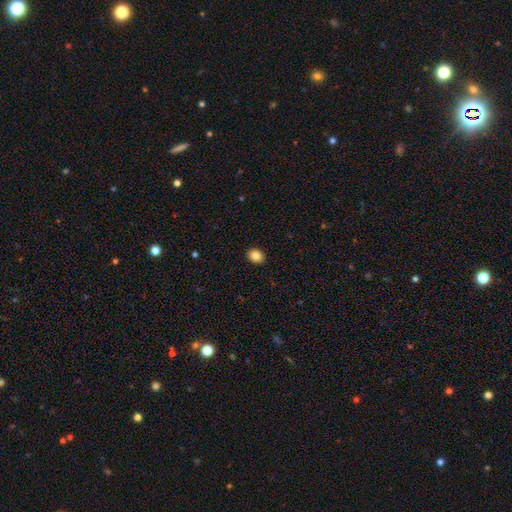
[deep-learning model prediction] Morphology: type=smooth (84%); roundness=in between (53%); merging=none (91%).